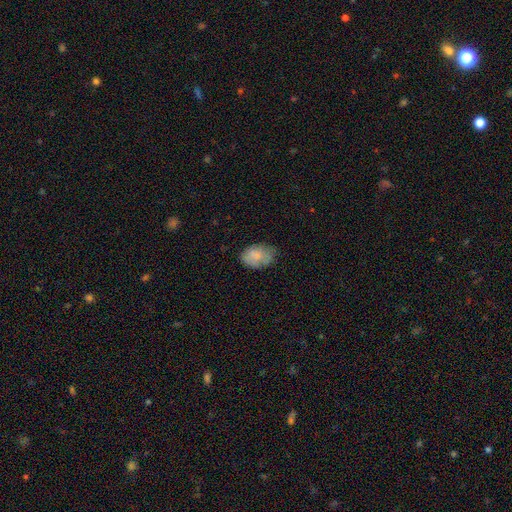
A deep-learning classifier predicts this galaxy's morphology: smooth-or-featured: smooth: 78% | featured or disk: 15% | star or artifact: 7%
  how-rounded: in between: 86% | round: 13% | cigar-shaped: 1%
  merging: none: 63% | minor disturbance: 28% | major disturbance: 8% | merger: 2%